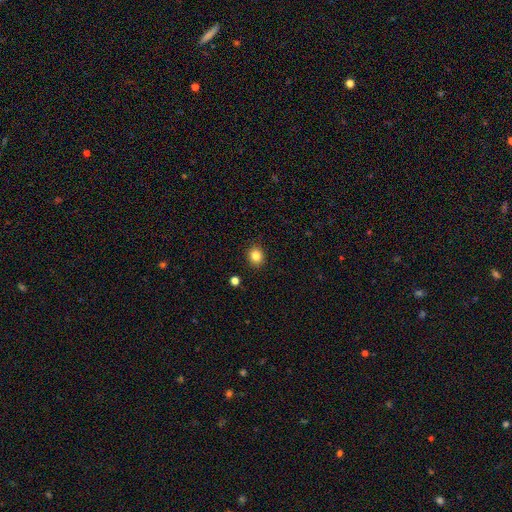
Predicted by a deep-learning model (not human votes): Smooth or featured: smooth — 84% (star or artifact — 11%)
How rounded: round — 72% (in between — 27%)
Merging: none — 90% (minor disturbance — 7%)